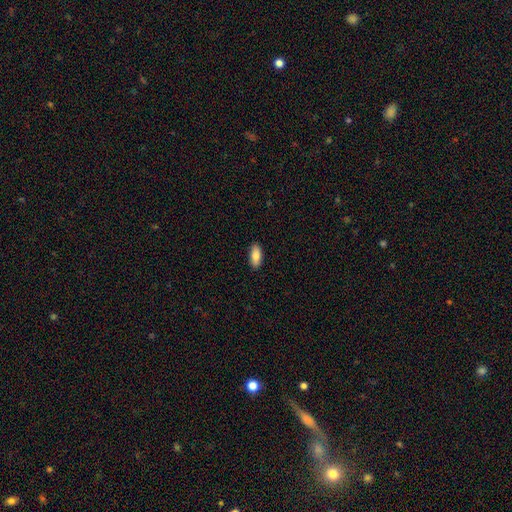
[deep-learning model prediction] smooth 86%, featured or disk 8%, star or artifact 6%. Down the decision tree: how rounded — in between (86%); merging — none (90%).